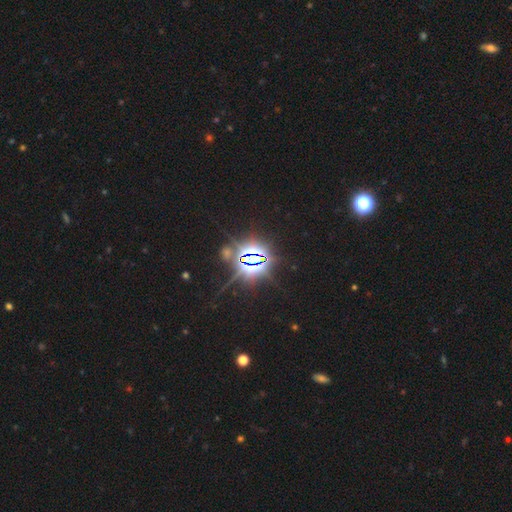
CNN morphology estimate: Smooth or featured? Predicted: star or artifact (p=0.85).